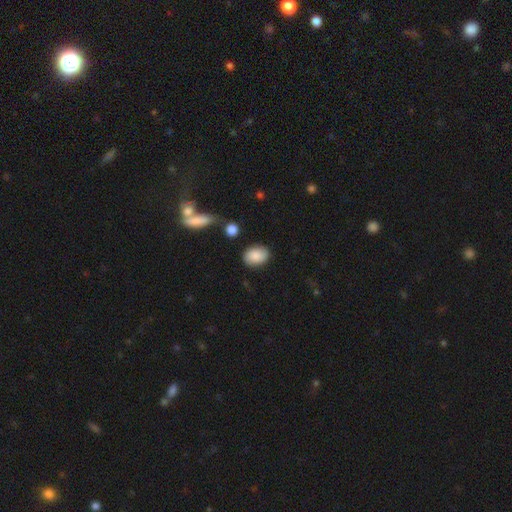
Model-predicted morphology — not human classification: Smooth or featured? smooth (84%)
How rounded? in between (75%)
Merging? none (81%)